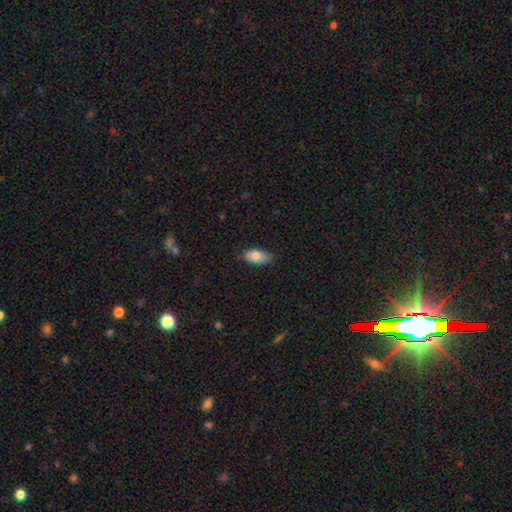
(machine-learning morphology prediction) A smooth galaxy with no disk features (81%) that is in between round and cigar-shaped (92%).

Vote fractions:
- Smooth or featured? smooth: 81% / featured or disk: 12% / star or artifact: 7%
- How rounded? in between: 92% / cigar-shaped: 4% / round: 3%
- Merging? none: 79% / minor disturbance: 18% / major disturbance: 2% / merger: 1%